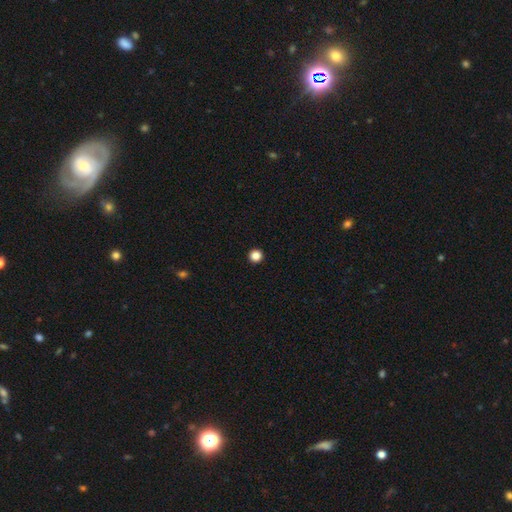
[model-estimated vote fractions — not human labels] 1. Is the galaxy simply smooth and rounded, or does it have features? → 86% smooth, 11% star or artifact, 3% featured or disk.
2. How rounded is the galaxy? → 96% round, 3% in between, 1% cigar-shaped.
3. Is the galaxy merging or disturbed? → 95% none, 3% minor disturbance, 1% major disturbance, 1% merger.